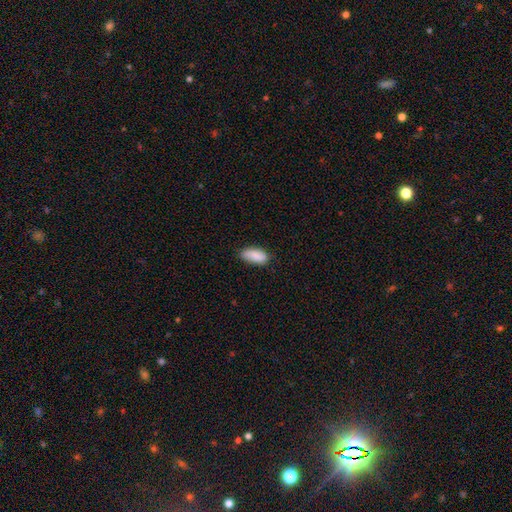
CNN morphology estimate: type=smooth (87%); roundness=in between (89%); merging=none (72%).